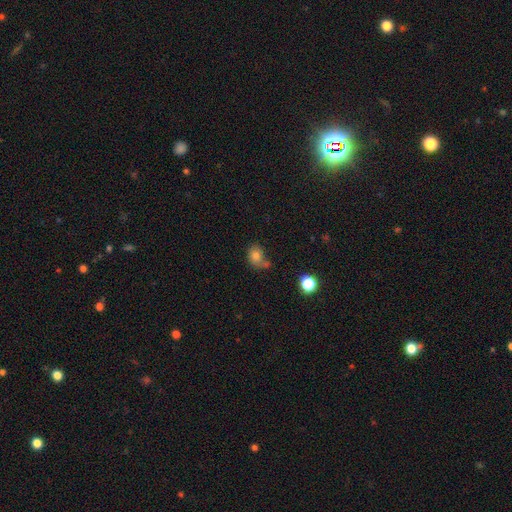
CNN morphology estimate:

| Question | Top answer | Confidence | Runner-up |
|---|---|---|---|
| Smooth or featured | smooth | 78% | star or artifact (11%) |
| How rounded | round | 50% | in between (49%) |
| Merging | none | 45% | merger (25%) |